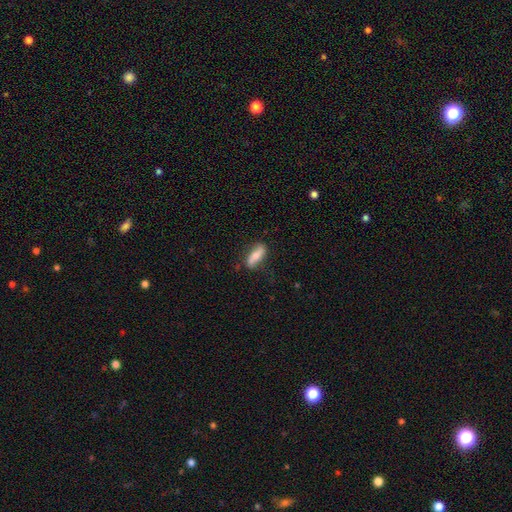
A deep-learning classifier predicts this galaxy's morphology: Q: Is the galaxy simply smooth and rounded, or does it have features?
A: smooth — 59%.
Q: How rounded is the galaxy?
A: in between — 57%.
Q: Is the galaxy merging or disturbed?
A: none — 75%.